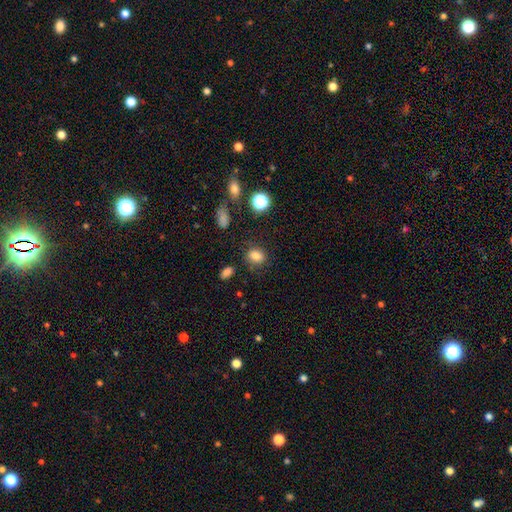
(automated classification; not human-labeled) A smooth galaxy with no disk features (81%) that is in between round and cigar-shaped (60%). Merging: none (77%).